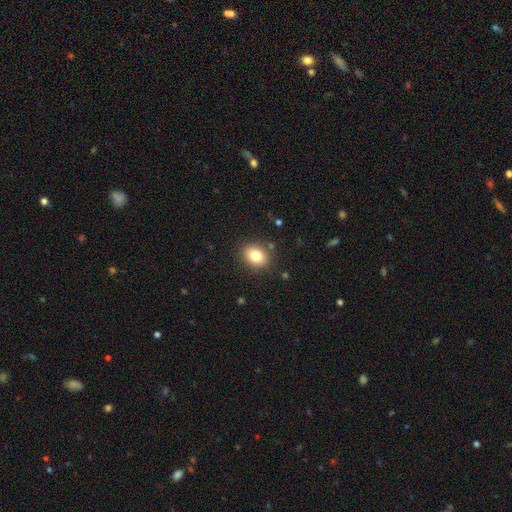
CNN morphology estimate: type=smooth (82%); roundness=in between (50%); merging=none (87%).